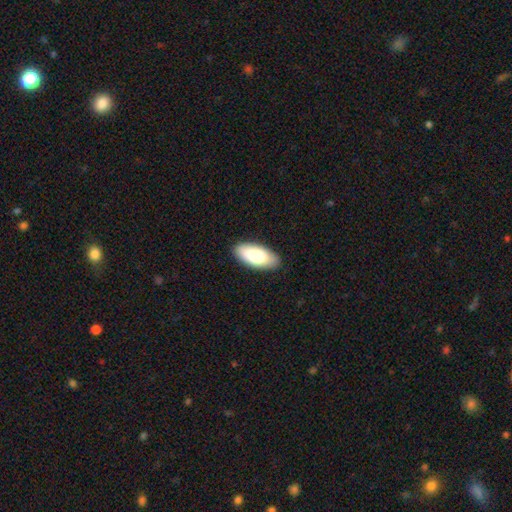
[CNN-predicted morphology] Smooth or featured? smooth (85%)
How rounded? in between (91%)
Merging? none (88%)